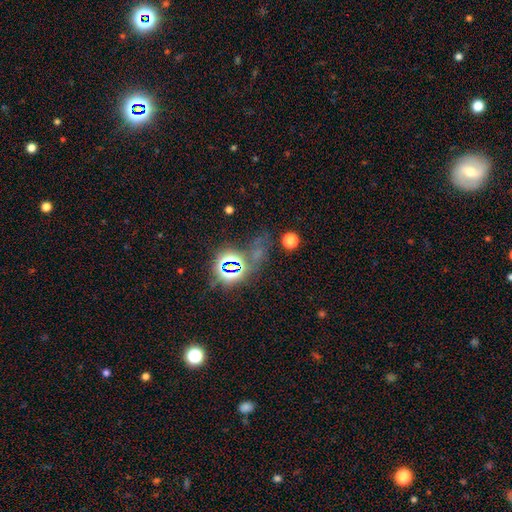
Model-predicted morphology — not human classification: This appears to be a star or artifact, not a galaxy (70%).